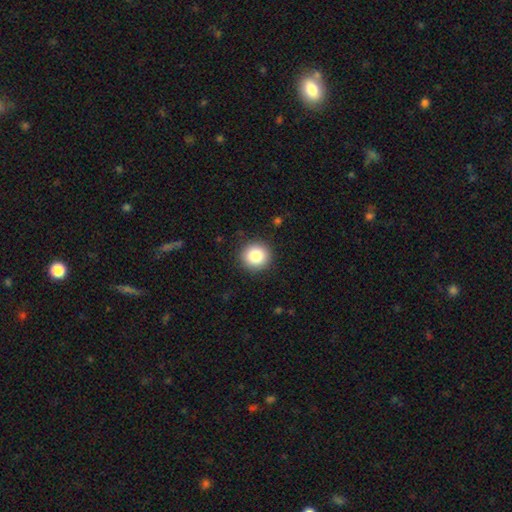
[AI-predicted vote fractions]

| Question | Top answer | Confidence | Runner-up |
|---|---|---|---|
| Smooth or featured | smooth | 85% | star or artifact (9%) |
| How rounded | round | 93% | in between (6%) |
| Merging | none | 91% | minor disturbance (6%) |